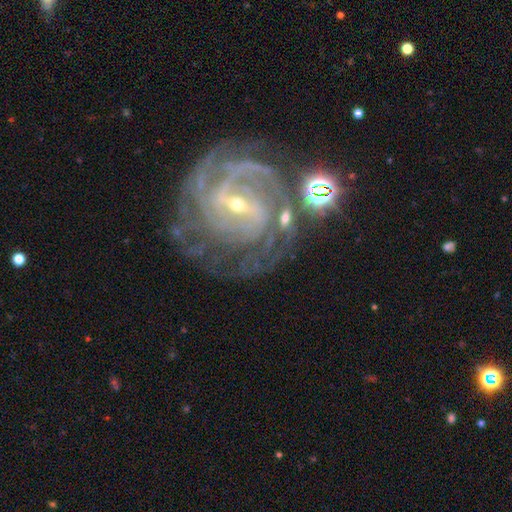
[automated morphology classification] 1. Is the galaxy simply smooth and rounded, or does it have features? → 90% featured or disk, 6% star or artifact, 4% smooth.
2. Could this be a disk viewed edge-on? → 97% no, 3% yes.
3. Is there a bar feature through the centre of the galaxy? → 43% weak, 39% strong, 18% no.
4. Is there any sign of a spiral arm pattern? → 98% yes, 2% no.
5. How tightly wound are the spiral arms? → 71% tight, 25% medium, 4% loose.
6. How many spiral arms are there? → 24% 3, 21% 4, 20% 2, 18% can't tell, 9% more than 4, 7% 1.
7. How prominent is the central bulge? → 73% small, 24% moderate, 1% large, 1% none, 1% dominant.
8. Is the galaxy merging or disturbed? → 67% none, 17% minor disturbance, 8% major disturbance, 8% merger.